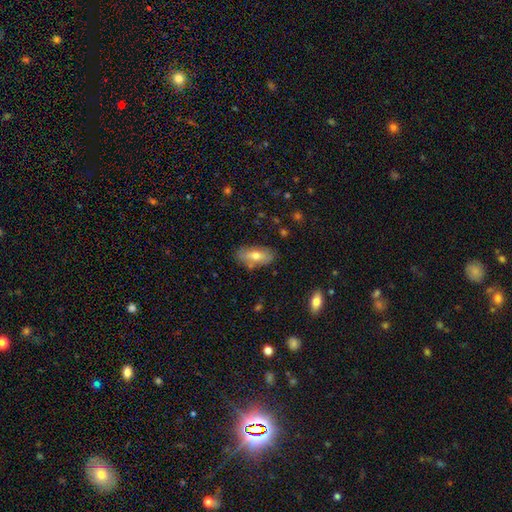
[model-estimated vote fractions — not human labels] This appears to be a smooth galaxy with no disk features (66%) that is in between round and cigar-shaped (84%). Merging: none (78%).